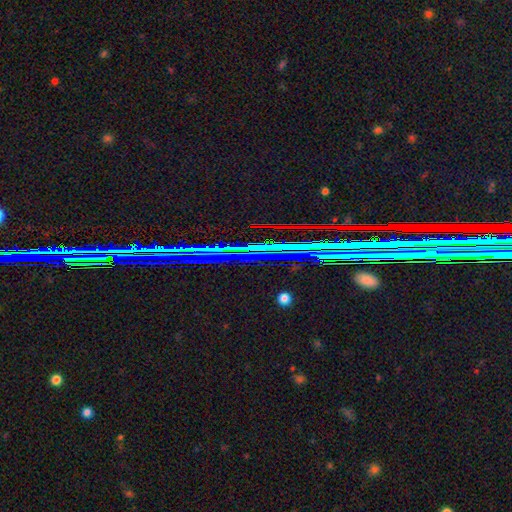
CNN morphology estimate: Q: Smooth or featured?
A: star or artifact (82%); runner-up: featured or disk (10%)